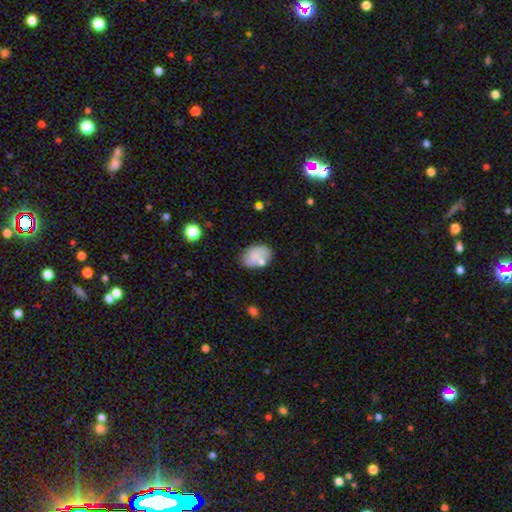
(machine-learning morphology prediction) The model was most divided on "merging": none: 61%, minor disturbance: 19%, merger: 14%, major disturbance: 6%. More confident: how rounded — in between (82%); smooth or featured — smooth (72%).